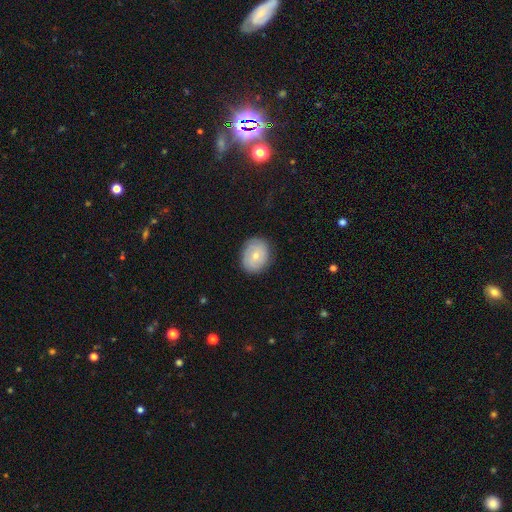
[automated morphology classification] smooth-or-featured: smooth: 59% | featured or disk: 33% | star or artifact: 8%
  how-rounded: round: 53% | in between: 46% | cigar-shaped: 1%
  merging: none: 84% | minor disturbance: 12% | major disturbance: 3% | merger: 1%